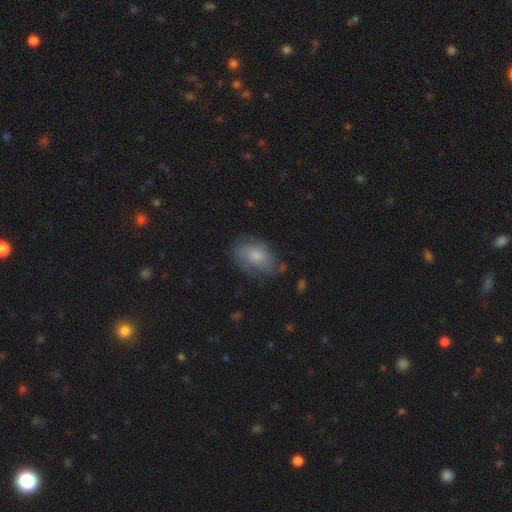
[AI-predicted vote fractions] Morphology: type=smooth (60%); roundness=in between (85%); merging=none (57%).